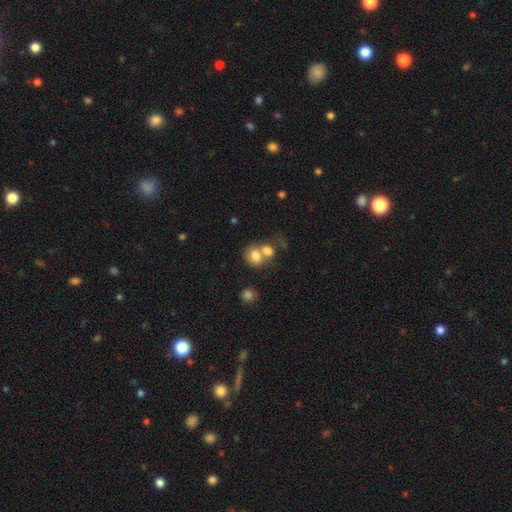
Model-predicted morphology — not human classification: Overall: smooth (75%). How rounded: in between (54%; round 45%). Merging: merger (60%; none 27%).